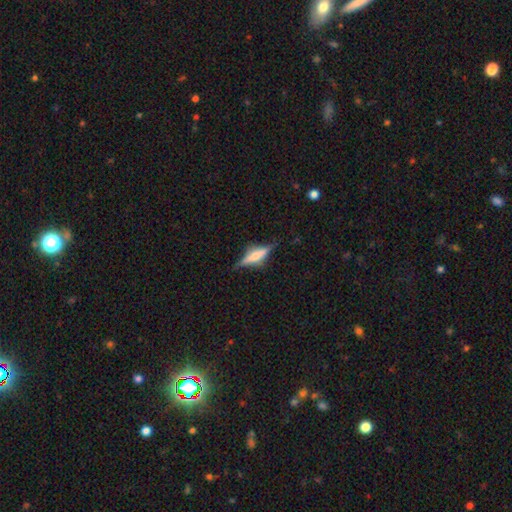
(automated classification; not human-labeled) Q: Smooth or featured?
A: featured or disk (64%); runner-up: smooth (28%)
Q: Edge-on disk?
A: yes (95%); runner-up: no (5%)
Q: Edge-on bulge?
A: rounded (59%); runner-up: boxy (28%)
Q: Merging?
A: none (79%); runner-up: minor disturbance (14%)